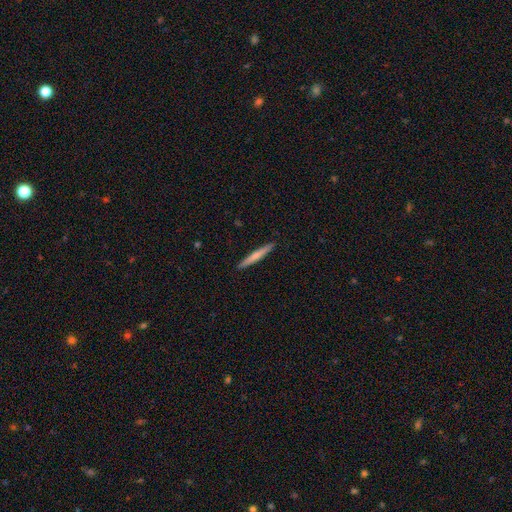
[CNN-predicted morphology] A smooth galaxy with no disk features (59%) that is cigar-shaped (96%). Merging: none (92%).